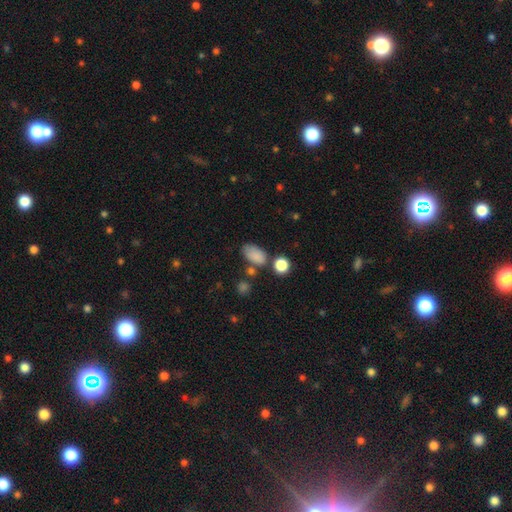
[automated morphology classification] Overall: smooth (82%). How rounded: in between (89%). Merging: none (60%; minor disturbance 22%).